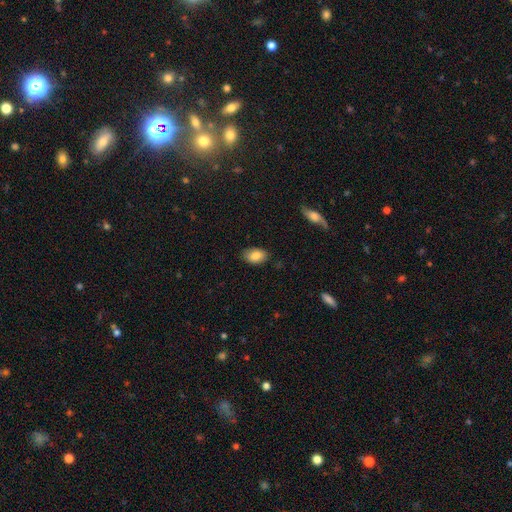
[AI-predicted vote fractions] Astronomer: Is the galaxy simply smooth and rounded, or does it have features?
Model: smooth — 85%.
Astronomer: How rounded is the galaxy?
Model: in between — 90%.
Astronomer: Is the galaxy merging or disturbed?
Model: none — 83%.